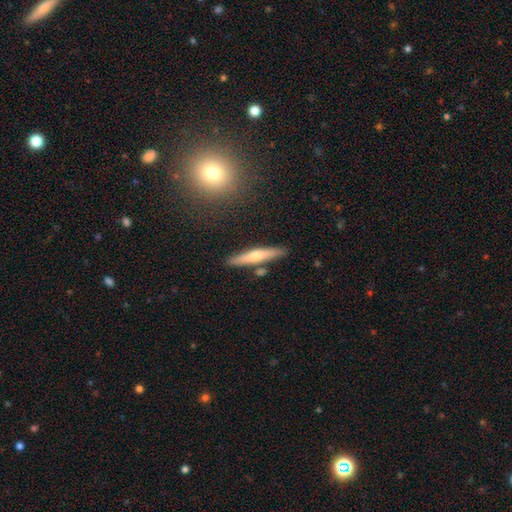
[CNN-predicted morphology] Smooth or featured: smooth — 53% (featured or disk — 40%)
How rounded: cigar-shaped — 91% (in between — 8%)
Merging: none — 83% (minor disturbance — 9%)